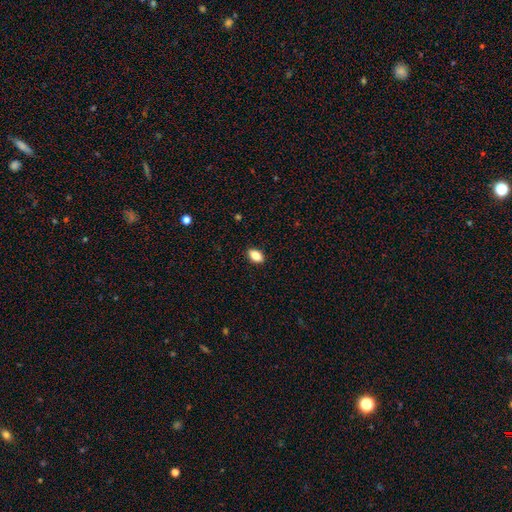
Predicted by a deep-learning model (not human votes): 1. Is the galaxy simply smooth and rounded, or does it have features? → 85% smooth, 8% star or artifact, 7% featured or disk.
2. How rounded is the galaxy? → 89% in between, 9% round, 2% cigar-shaped.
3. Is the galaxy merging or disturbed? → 89% none, 8% minor disturbance, 2% major disturbance, 1% merger.